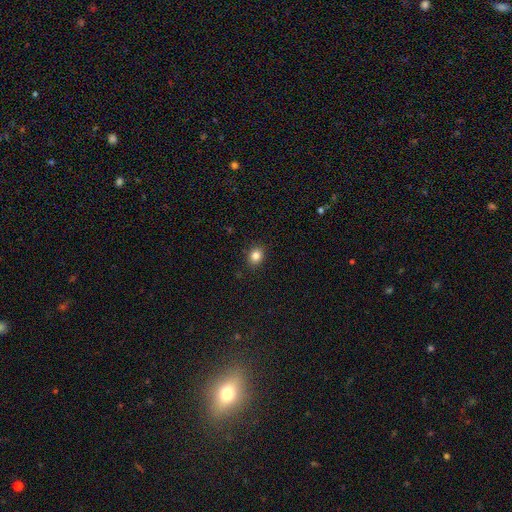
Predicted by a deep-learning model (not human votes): Smooth or featured? Predicted: smooth (p=0.84). How rounded? Predicted: round (p=0.64). Merging? Predicted: none (p=0.89).